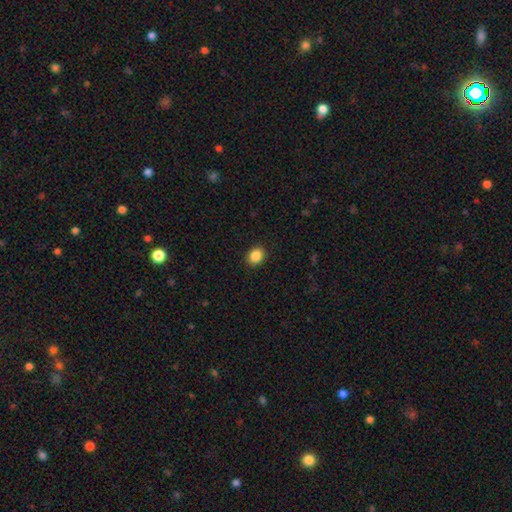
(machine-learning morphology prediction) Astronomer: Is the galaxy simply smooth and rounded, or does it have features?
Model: smooth — 87%.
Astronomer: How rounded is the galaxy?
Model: round — 63%.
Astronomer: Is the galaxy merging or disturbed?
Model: none — 91%.